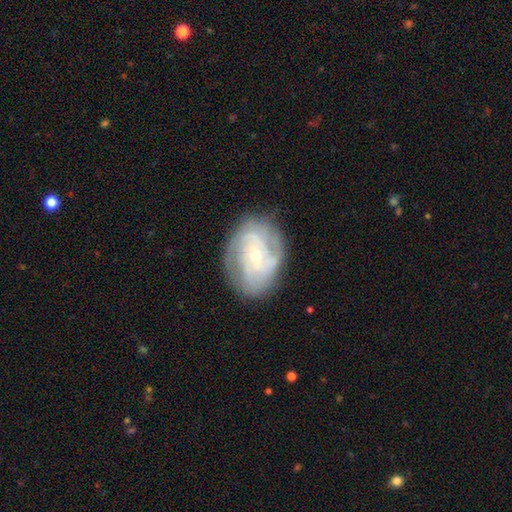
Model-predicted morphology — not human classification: smooth_or_featured: featured or disk (p=0.83) [alt: smooth p=0.11]
disk_edge_on: no (p=0.97) [alt: yes p=0.03]
bar: no (p=0.46) [alt: weak p=0.41]
has_spiral_arms: yes (p=0.94) [alt: no p=0.06]
spiral_winding: tight (p=0.57) [alt: medium p=0.34]
spiral_arm_count: can't tell (p=0.30) [alt: 2 p=0.26]
bulge_size: small (p=0.62) [alt: moderate p=0.35]
merging: none (p=0.76) [alt: minor disturbance p=0.17]